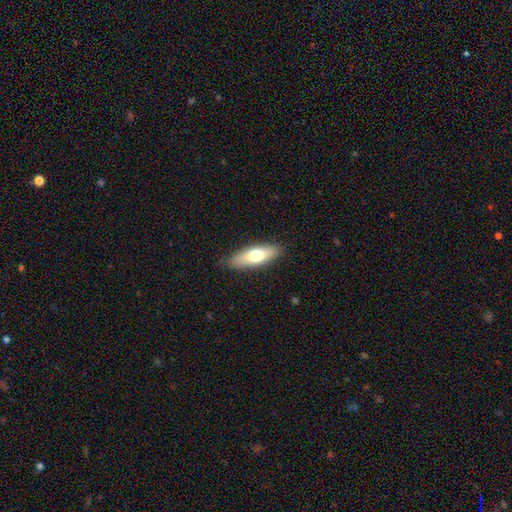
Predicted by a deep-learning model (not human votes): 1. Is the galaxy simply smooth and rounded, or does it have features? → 64% smooth, 30% featured or disk, 6% star or artifact.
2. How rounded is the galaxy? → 58% in between, 40% cigar-shaped, 2% round.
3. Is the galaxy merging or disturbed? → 86% none, 11% minor disturbance, 2% major disturbance, 1% merger.